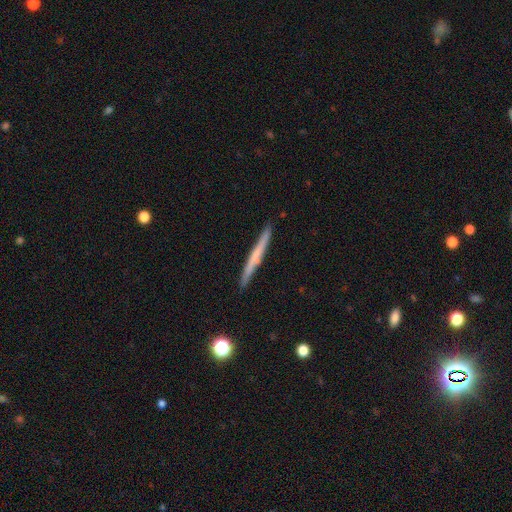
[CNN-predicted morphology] This appears to be a featured or disk galaxy (48%). Merging: none (91%).